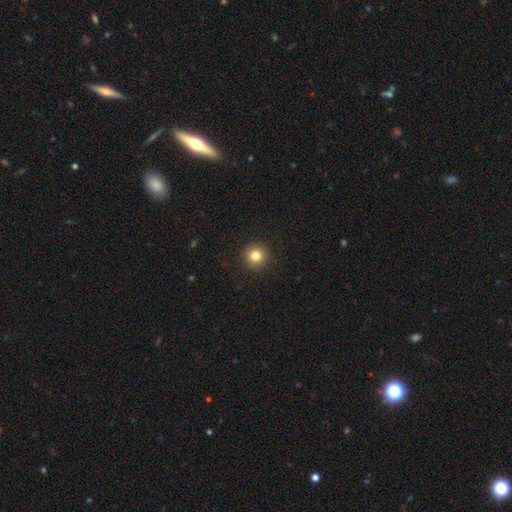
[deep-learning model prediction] This is clearly a smooth galaxy (82%). How rounded: clearly round (95%). Merging: clearly none (92%).